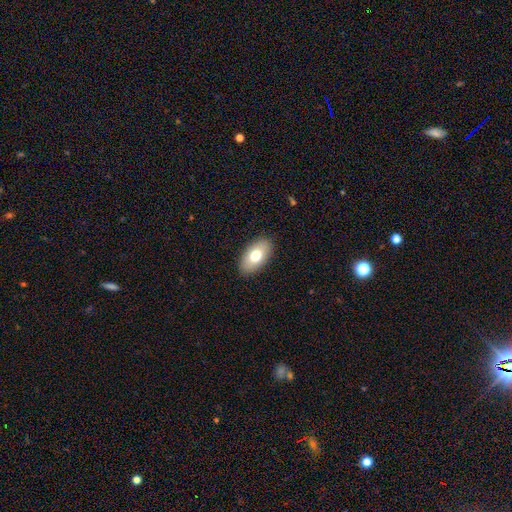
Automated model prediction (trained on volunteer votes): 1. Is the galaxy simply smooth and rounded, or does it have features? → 73% smooth, 19% featured or disk, 7% star or artifact.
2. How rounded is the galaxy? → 94% in between, 4% round, 2% cigar-shaped.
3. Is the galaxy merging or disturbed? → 88% none, 9% minor disturbance, 2% major disturbance, 1% merger.